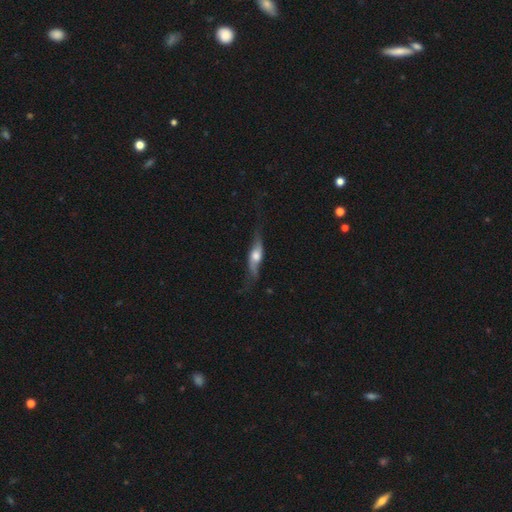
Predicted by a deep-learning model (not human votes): This appears to be a featured or disk galaxy (62%) viewed edge-on (70%). Merging: none (63%).